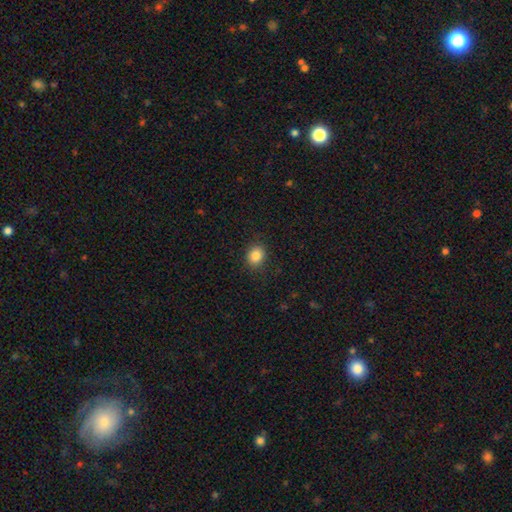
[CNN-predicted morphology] Smooth or featured? Predicted: smooth (p=0.86). How rounded? Predicted: round (p=0.58). Merging? Predicted: none (p=0.88).